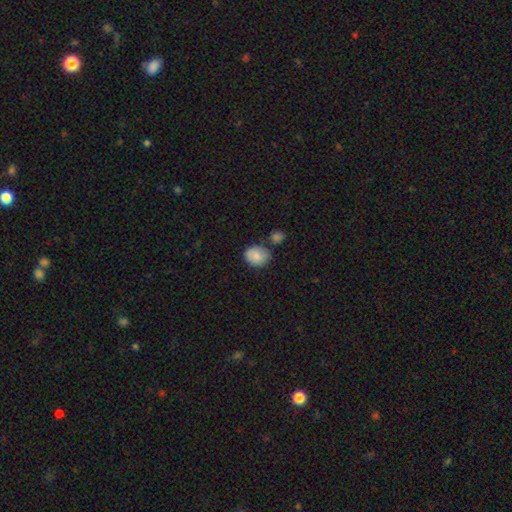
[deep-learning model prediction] A smooth galaxy with no disk features (83%) that is round (54%). Merging: none (62%).